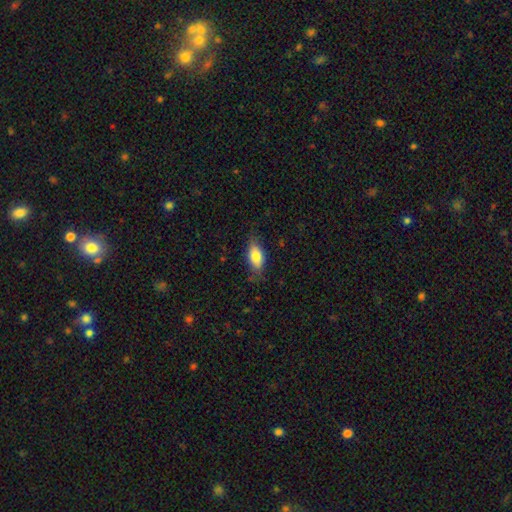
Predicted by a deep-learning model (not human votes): This is likely a smooth galaxy (78%). How rounded: clearly in between (88%). Merging: likely none (75%).